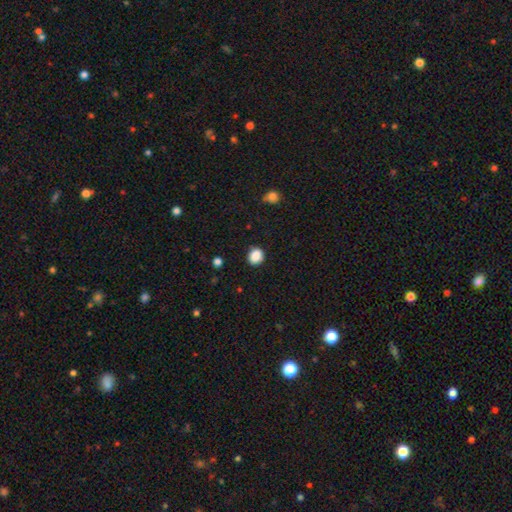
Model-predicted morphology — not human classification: Smooth or featured? smooth (87%)
How rounded? round (63%)
Merging? none (85%)